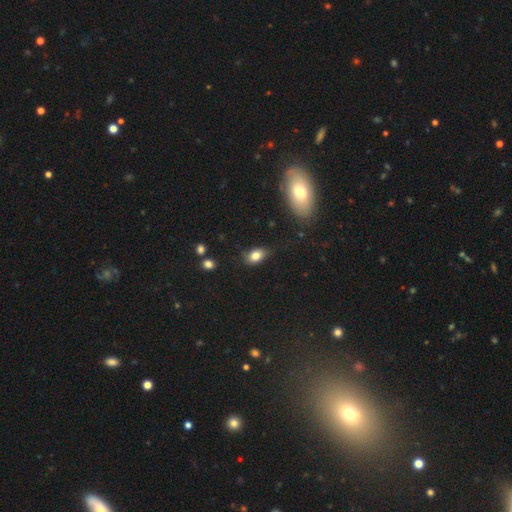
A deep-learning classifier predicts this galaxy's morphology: Smooth or featured? Predicted: smooth (p=0.82). How rounded? Predicted: in between (p=0.85). Merging? Predicted: none (p=0.77).